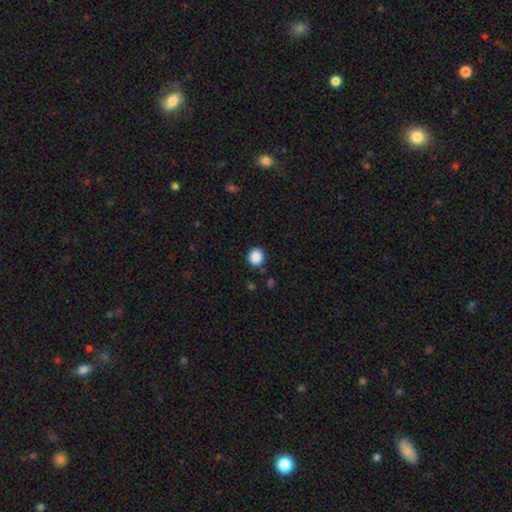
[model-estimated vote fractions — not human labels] Smooth or featured: smooth — 88% (star or artifact — 9%)
How rounded: round — 82% (in between — 17%)
Merging: none — 87% (minor disturbance — 8%)